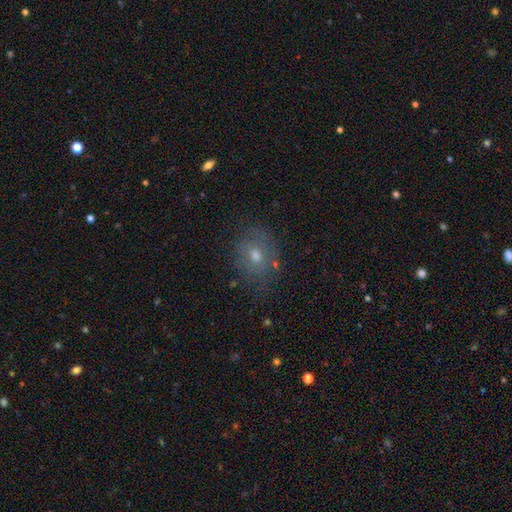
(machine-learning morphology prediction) type=smooth (56%); roundness=round (54%); merging=none (70%).